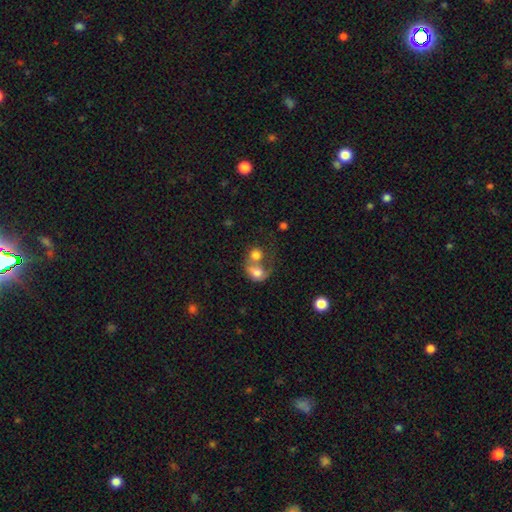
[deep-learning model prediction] smooth 74%, featured or disk 16%, star or artifact 10%. Down the decision tree: how rounded — round (60%); merging — merger (67%).